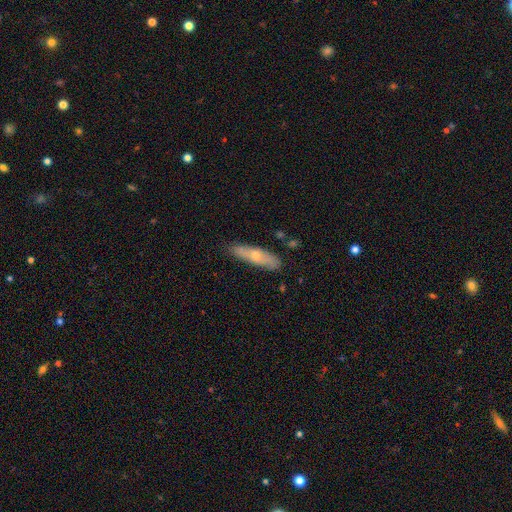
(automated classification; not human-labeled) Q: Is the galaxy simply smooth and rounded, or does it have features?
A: smooth — 58%.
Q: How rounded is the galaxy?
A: cigar-shaped — 70%.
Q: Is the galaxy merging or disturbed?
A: none — 80%.